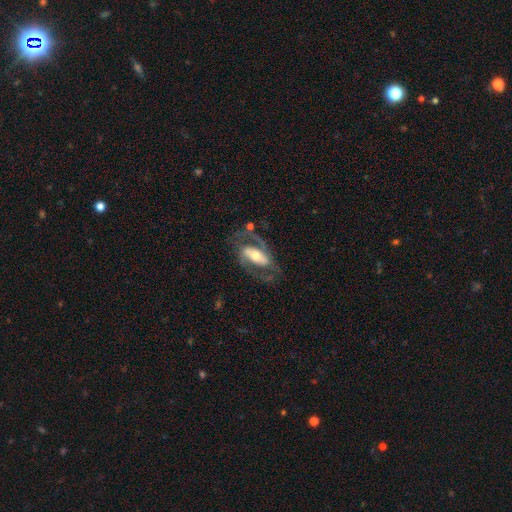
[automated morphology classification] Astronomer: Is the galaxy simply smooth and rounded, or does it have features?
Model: featured or disk — 79%.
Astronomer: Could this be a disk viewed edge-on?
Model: no — 93%.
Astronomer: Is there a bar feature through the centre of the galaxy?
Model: strong — 48% (runner-up: weak, 28%).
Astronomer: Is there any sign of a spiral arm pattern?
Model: yes — 86%.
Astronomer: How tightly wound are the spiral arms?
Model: medium — 52%.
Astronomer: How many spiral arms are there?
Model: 2 — 85%.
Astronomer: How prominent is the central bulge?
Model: moderate — 62%.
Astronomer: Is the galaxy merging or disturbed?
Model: none — 60%.